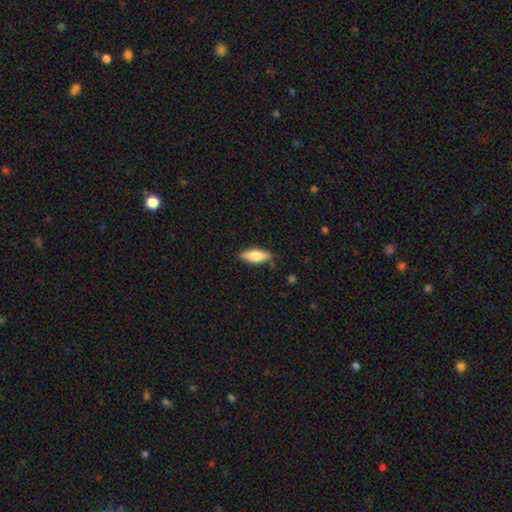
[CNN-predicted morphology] smooth_or_featured: smooth (p=0.71) [alt: featured or disk p=0.23]
how_rounded: in between (p=0.66) [alt: cigar-shaped p=0.31]
merging: none (p=0.81) [alt: minor disturbance p=0.15]